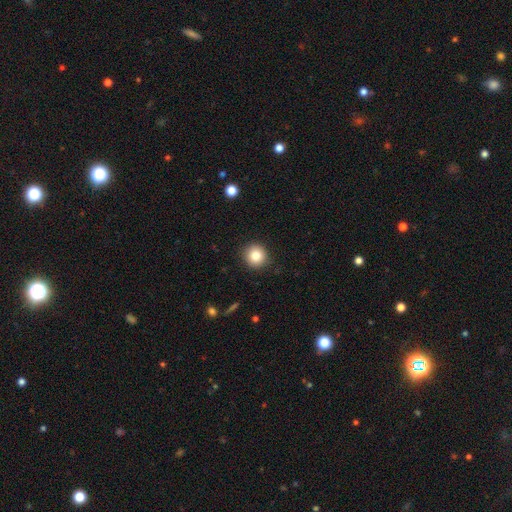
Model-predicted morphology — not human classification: A smooth galaxy with no disk features (84%) that is round (93%).

Vote fractions:
- Smooth or featured? smooth: 84% / star or artifact: 10% / featured or disk: 7%
- How rounded? round: 93% / in between: 6% / cigar-shaped: 1%
- Merging? none: 91% / minor disturbance: 6% / major disturbance: 2% / merger: 1%